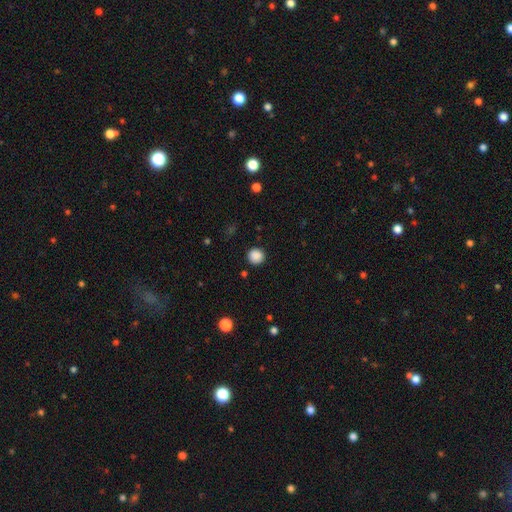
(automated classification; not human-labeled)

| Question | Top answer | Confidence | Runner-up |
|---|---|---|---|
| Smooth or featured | smooth | 87% | star or artifact (10%) |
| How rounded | round | 94% | in between (5%) |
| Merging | none | 91% | minor disturbance (6%) |